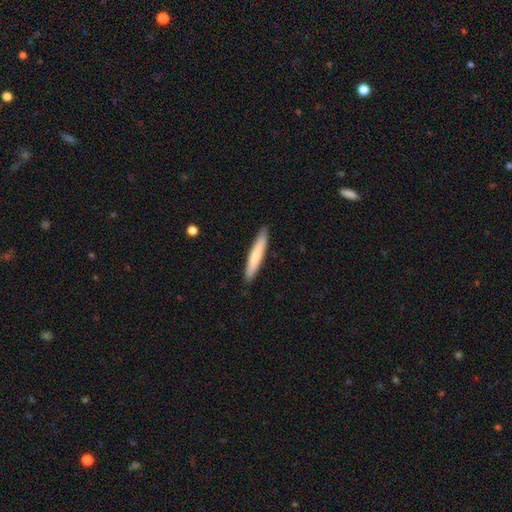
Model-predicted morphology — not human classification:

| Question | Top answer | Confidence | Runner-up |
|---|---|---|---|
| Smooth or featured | smooth | 74% | featured or disk (21%) |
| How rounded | cigar-shaped | 93% | in between (6%) |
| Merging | none | 90% | minor disturbance (7%) |